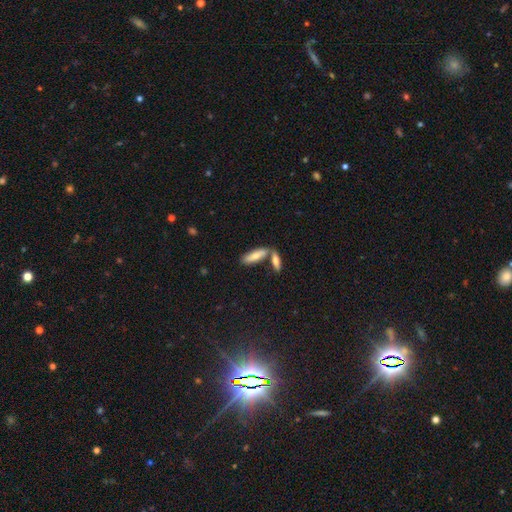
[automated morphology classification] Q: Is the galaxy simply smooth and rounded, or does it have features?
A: smooth — 75%.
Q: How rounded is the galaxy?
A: cigar-shaped — 53%.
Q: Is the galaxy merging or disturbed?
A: none — 54%.